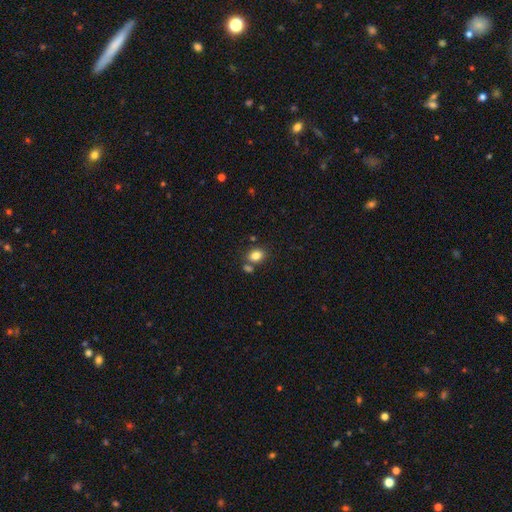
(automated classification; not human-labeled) Smooth or featured?
  - smooth: 82% *
  - star or artifact: 11%
  - featured or disk: 7%
How rounded?
  - in between: 60% *
  - round: 39%
  - cigar-shaped: 1%
Merging?
  - none: 67% *
  - merger: 18%
  - minor disturbance: 11%
  - major disturbance: 3%